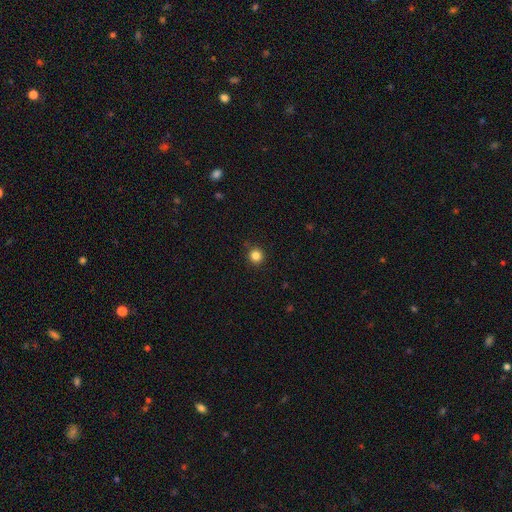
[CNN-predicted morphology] A smooth galaxy with no disk features (84%) that is round (94%).

Vote fractions:
- Smooth or featured? smooth: 84% / star or artifact: 12% / featured or disk: 4%
- How rounded? round: 94% / in between: 5% / cigar-shaped: 1%
- Merging? none: 90% / minor disturbance: 6% / major disturbance: 2% / merger: 1%